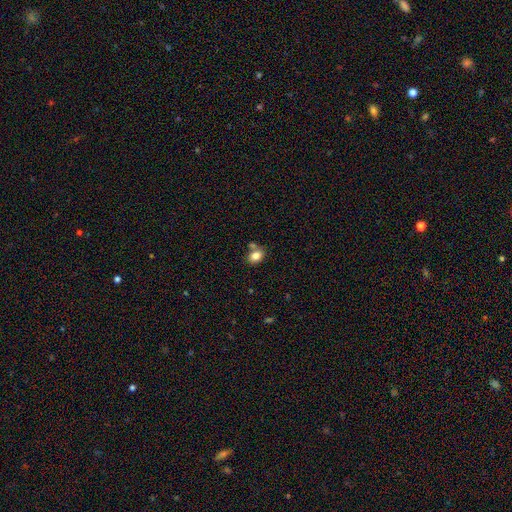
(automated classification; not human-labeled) smooth_or_featured: smooth (p=0.82) [alt: star or artifact p=0.09]
how_rounded: in between (p=0.70) [alt: round p=0.29]
merging: none (p=0.62) [alt: merger p=0.21]